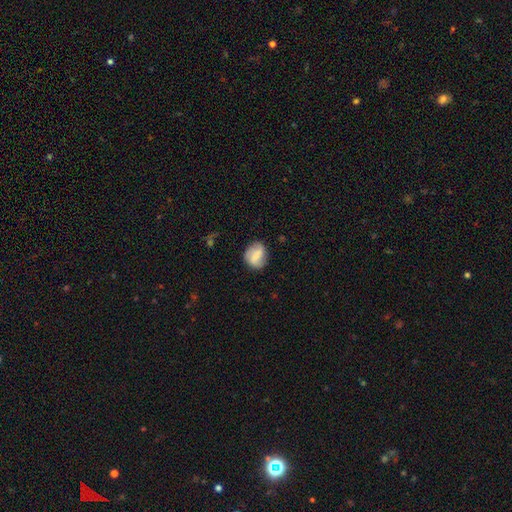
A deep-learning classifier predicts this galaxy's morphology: Q: Smooth or featured?
A: smooth (50%); runner-up: featured or disk (43%)
Q: Merging?
A: none (77%); runner-up: minor disturbance (17%)